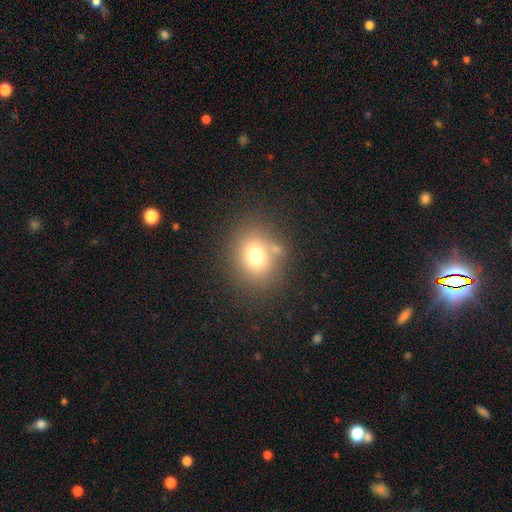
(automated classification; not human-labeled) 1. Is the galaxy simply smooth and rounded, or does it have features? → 73% smooth, 15% star or artifact, 12% featured or disk.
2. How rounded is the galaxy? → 58% round, 41% in between, 1% cigar-shaped.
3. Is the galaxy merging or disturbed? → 71% none, 13% minor disturbance, 10% merger, 6% major disturbance.